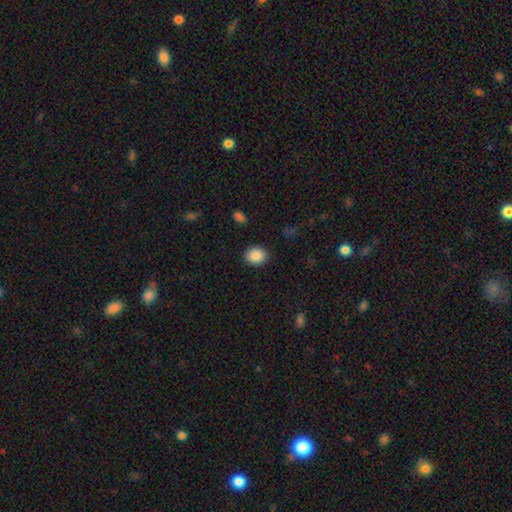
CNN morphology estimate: A smooth galaxy with no disk features (88%) that is round (66%).

Vote fractions:
- Smooth or featured? smooth: 88% / star or artifact: 8% / featured or disk: 3%
- How rounded? round: 66% / in between: 33% / cigar-shaped: 1%
- Merging? none: 90% / minor disturbance: 6% / major disturbance: 2% / merger: 1%